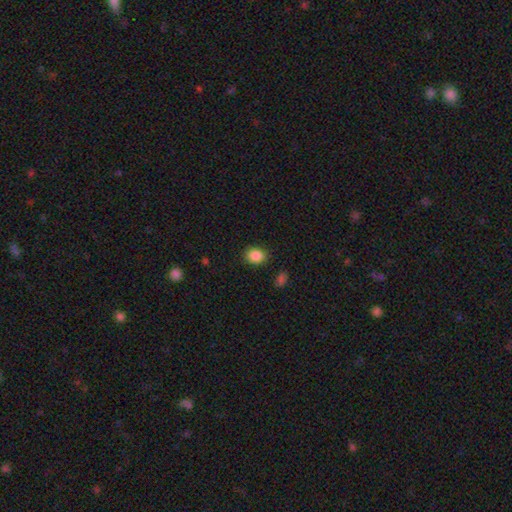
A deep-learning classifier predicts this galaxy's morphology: Smooth or featured?
  - smooth: 87% *
  - star or artifact: 9%
  - featured or disk: 4%
How rounded?
  - in between: 52% *
  - round: 47%
  - cigar-shaped: 1%
Merging?
  - none: 87% *
  - minor disturbance: 9%
  - major disturbance: 3%
  - merger: 1%